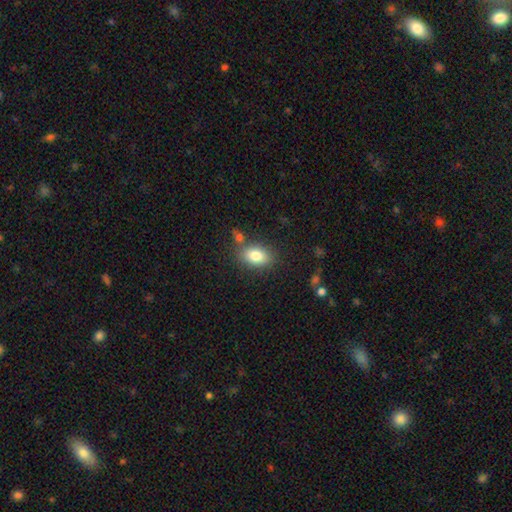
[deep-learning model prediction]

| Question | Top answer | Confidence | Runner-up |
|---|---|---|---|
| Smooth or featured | smooth | 82% | featured or disk (10%) |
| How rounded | in between | 85% | round (14%) |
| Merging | none | 75% | minor disturbance (13%) |